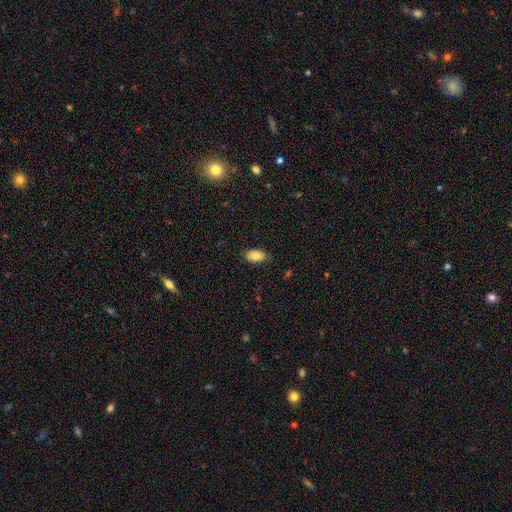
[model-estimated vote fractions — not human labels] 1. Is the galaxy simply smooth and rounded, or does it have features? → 85% smooth, 8% featured or disk, 7% star or artifact.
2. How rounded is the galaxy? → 94% in between, 4% round, 2% cigar-shaped.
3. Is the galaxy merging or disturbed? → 84% none, 12% minor disturbance, 2% major disturbance, 1% merger.